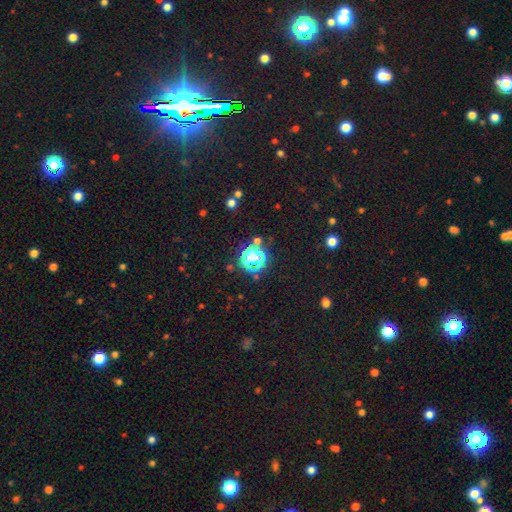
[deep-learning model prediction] Smooth or featured? Predicted: star or artifact (p=0.75).